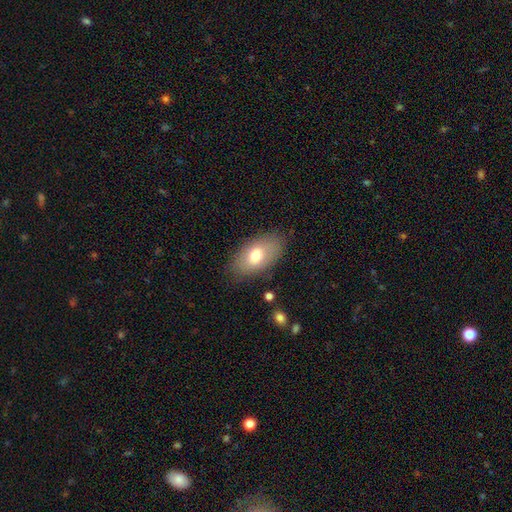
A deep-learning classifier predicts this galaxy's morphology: Smooth or featured: smooth — 69% (featured or disk — 24%)
How rounded: in between — 92% (round — 5%)
Merging: none — 80% (minor disturbance — 15%)